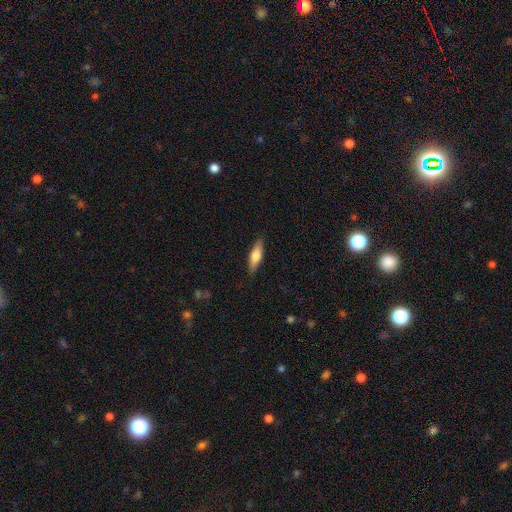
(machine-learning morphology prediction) Smooth or featured?
  - smooth: 69% *
  - featured or disk: 26%
  - star or artifact: 6%
How rounded?
  - cigar-shaped: 52% *
  - in between: 46%
  - round: 2%
Merging?
  - none: 87% *
  - minor disturbance: 10%
  - major disturbance: 2%
  - merger: 1%